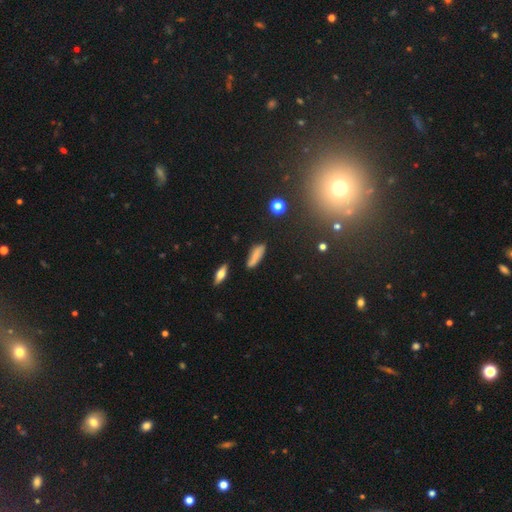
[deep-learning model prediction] smooth_or_featured: smooth (p=0.69) [alt: featured or disk p=0.21]
how_rounded: in between (p=0.50) [alt: cigar-shaped p=0.46]
merging: none (p=0.73) [alt: minor disturbance p=0.18]